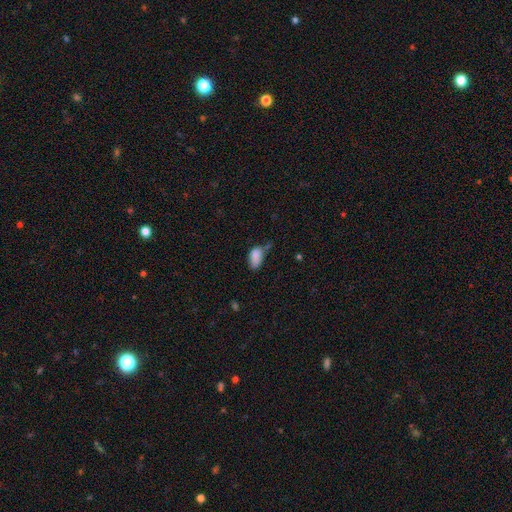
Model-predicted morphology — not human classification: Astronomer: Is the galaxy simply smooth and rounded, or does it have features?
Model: smooth — 85%.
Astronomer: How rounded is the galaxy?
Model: in between — 93%.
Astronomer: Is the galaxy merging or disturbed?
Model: none — 41% (runner-up: minor disturbance, 35%).